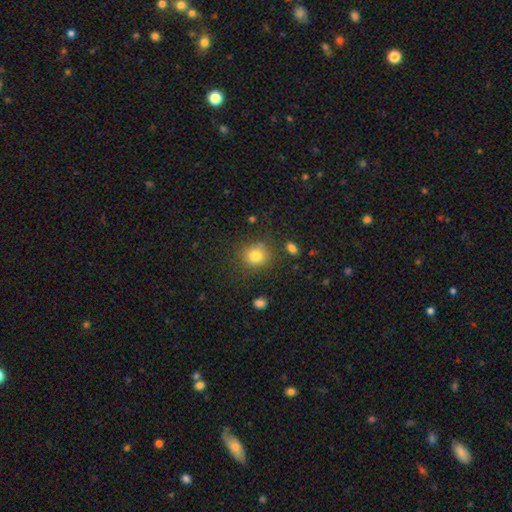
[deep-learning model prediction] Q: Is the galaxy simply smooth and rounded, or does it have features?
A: smooth — 81%.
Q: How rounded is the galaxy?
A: round — 82%.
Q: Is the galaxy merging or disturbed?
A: none — 79%.